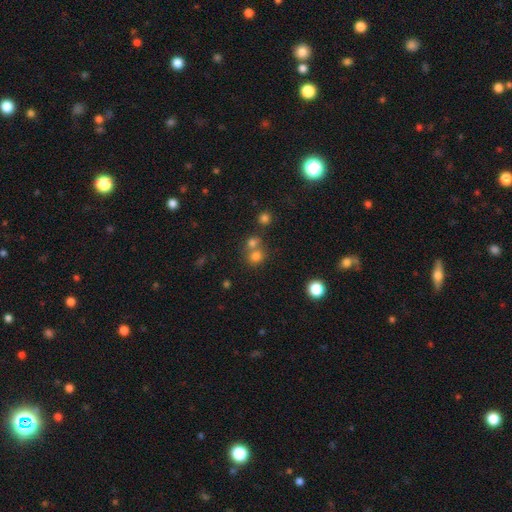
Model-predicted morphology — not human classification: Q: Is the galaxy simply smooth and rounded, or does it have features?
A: smooth — 74%.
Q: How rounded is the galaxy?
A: round — 79%.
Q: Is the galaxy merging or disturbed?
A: none — 48%.